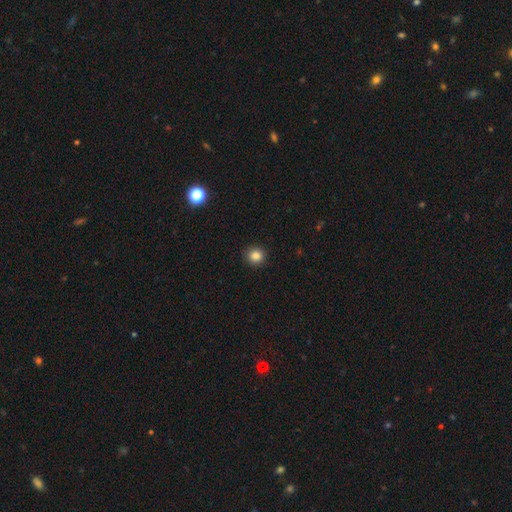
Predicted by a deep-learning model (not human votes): smooth-or-featured: smooth: 84% | star or artifact: 11% | featured or disk: 4%
  how-rounded: round: 91% | in between: 8% | cigar-shaped: 1%
  merging: none: 92% | minor disturbance: 5% | major disturbance: 2% | merger: 1%